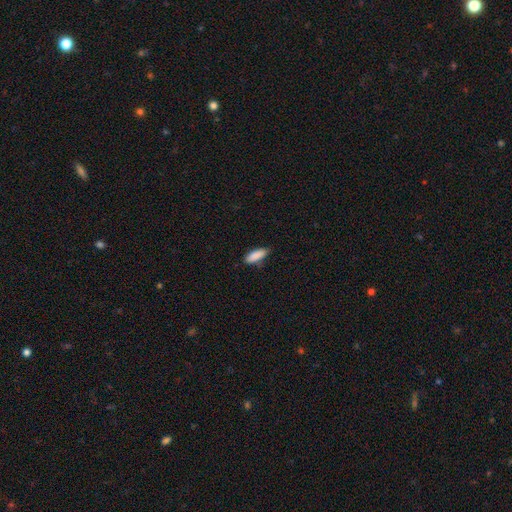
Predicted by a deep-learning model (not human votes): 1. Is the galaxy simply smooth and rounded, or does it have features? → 89% smooth, 6% star or artifact, 5% featured or disk.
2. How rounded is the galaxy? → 63% in between, 35% cigar-shaped, 2% round.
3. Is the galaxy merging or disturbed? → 75% none, 20% minor disturbance, 3% major disturbance, 2% merger.